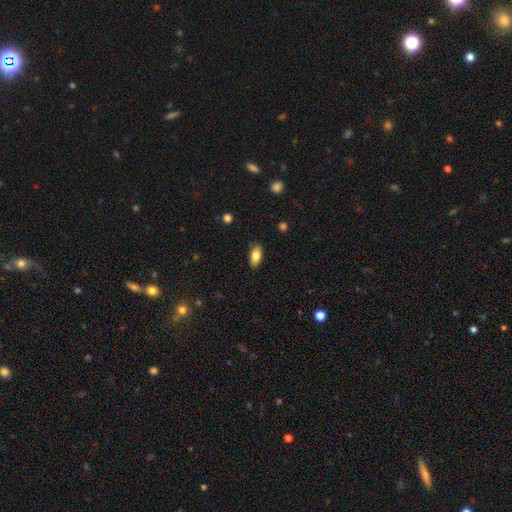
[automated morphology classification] Smooth or featured? smooth (81%)
How rounded? in between (90%)
Merging? none (84%)